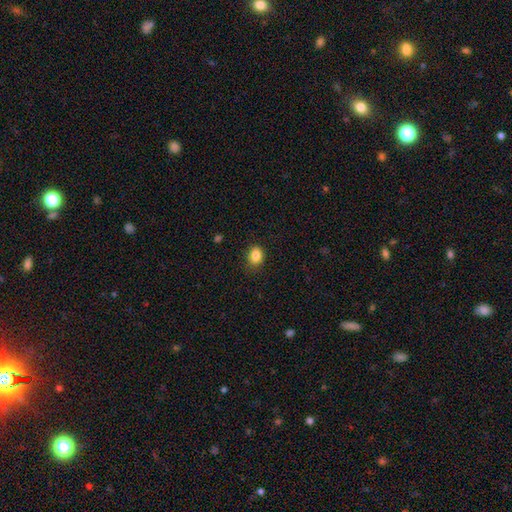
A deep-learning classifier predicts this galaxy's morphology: A smooth galaxy with no disk features (86%) that is in between round and cigar-shaped (56%). Merging: none (82%).